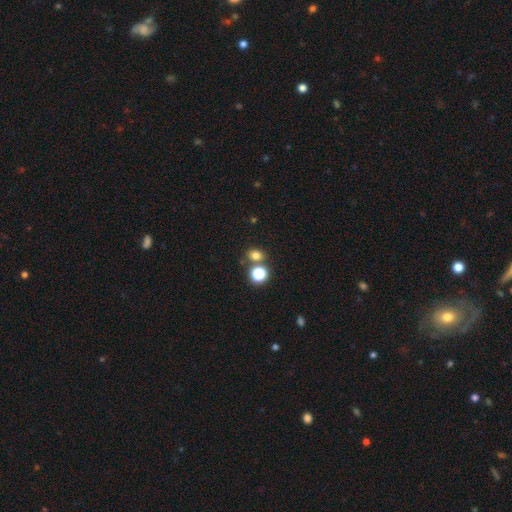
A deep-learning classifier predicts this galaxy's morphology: This is likely a smooth galaxy (74%). How rounded: likely round (62%). Merging: likely none (68%).